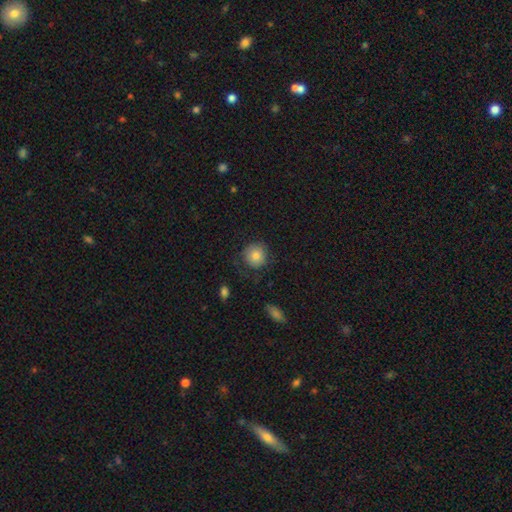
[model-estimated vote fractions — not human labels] A smooth galaxy with no disk features (80%) that is round (91%). Merging: none (74%).